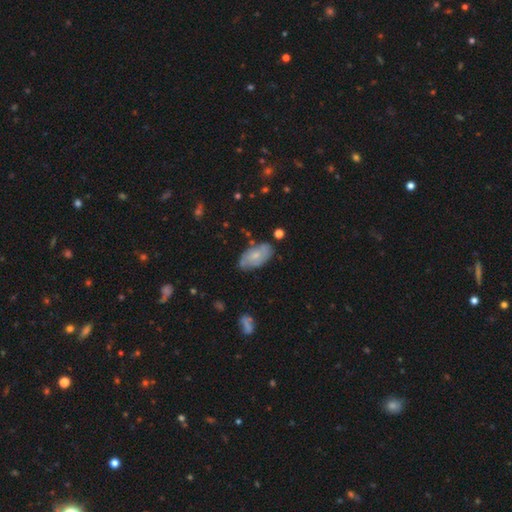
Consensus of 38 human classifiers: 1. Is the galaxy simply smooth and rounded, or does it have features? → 50% smooth (tied), 50% featured or disk (tied), 0% star or artifact.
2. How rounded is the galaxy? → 95% in between, 5% cigar-shaped, 0% round.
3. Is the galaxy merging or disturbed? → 84% none, 13% minor disturbance, 3% major disturbance, 0% merger.